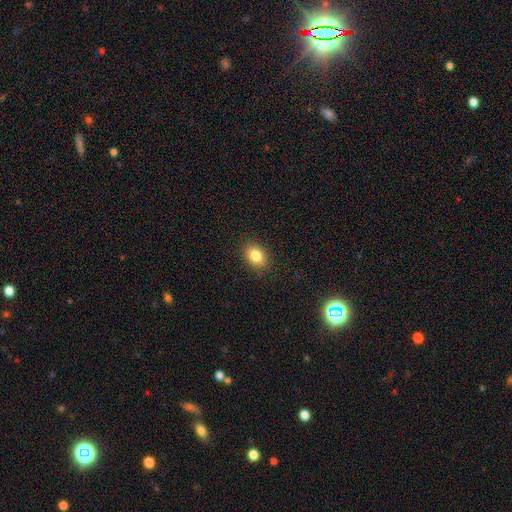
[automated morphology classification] Q: Smooth or featured?
A: smooth (83%); runner-up: star or artifact (10%)
Q: How rounded?
A: in between (69%); runner-up: round (30%)
Q: Merging?
A: none (87%); runner-up: minor disturbance (9%)